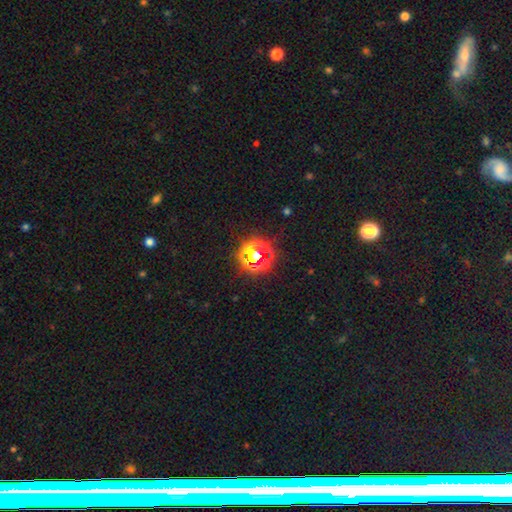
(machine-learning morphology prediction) A star or artifact, not a galaxy (59%).

Vote fractions:
- Smooth or featured? star or artifact: 59% / smooth: 31% / featured or disk: 10%